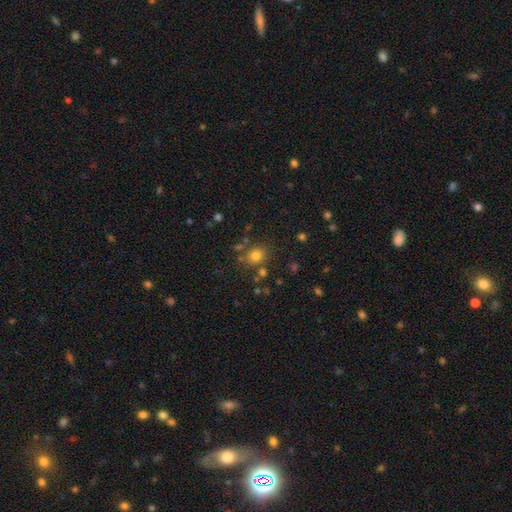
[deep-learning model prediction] Smooth or featured?
  - smooth: 76% *
  - star or artifact: 16%
  - featured or disk: 8%
How rounded?
  - round: 71% *
  - in between: 28%
  - cigar-shaped: 1%
Merging?
  - none: 76% *
  - minor disturbance: 11%
  - merger: 9%
  - major disturbance: 4%